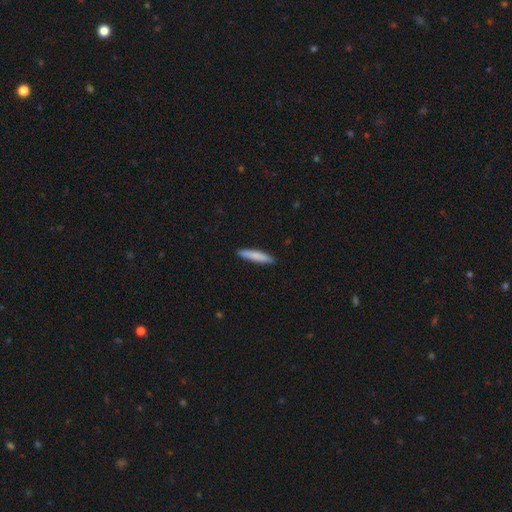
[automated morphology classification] Overall: smooth (81%). How rounded: cigar-shaped (89%). Merging: none (89%).